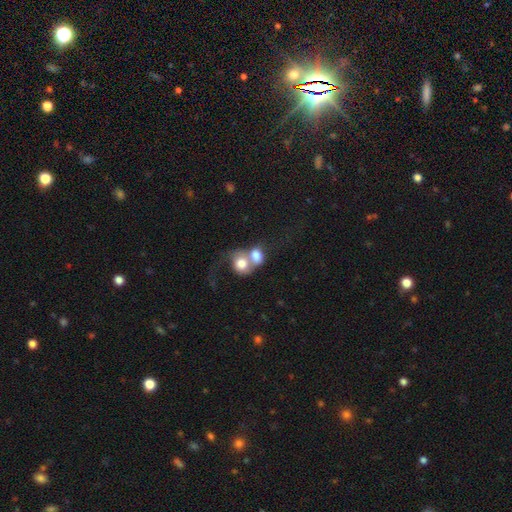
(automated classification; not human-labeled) This appears to be a smooth galaxy with no disk features (68%) that is round (57%). Merging: merger (79%).